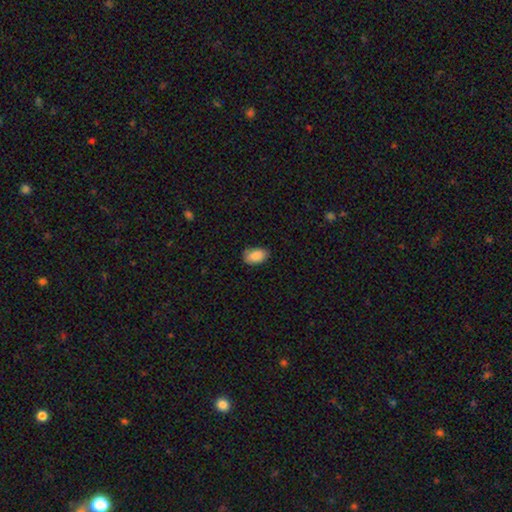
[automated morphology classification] Smooth or featured?
  - smooth: 88% *
  - star or artifact: 7%
  - featured or disk: 5%
How rounded?
  - in between: 91% *
  - round: 8%
  - cigar-shaped: 1%
Merging?
  - none: 78% *
  - minor disturbance: 18%
  - major disturbance: 3%
  - merger: 1%